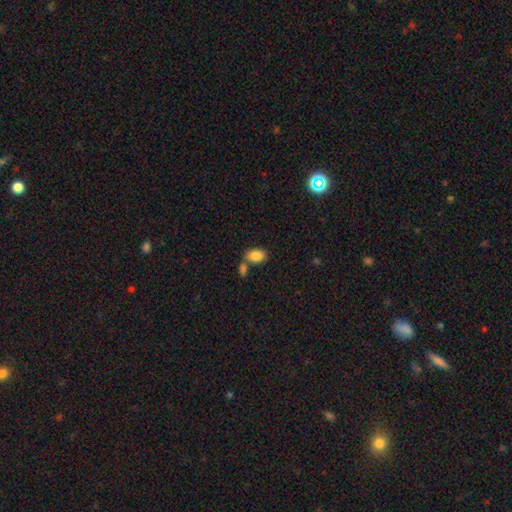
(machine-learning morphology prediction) Smooth or featured: smooth — 85% (star or artifact — 8%)
How rounded: in between — 86% (round — 12%)
Merging: none — 57% (merger — 27%)